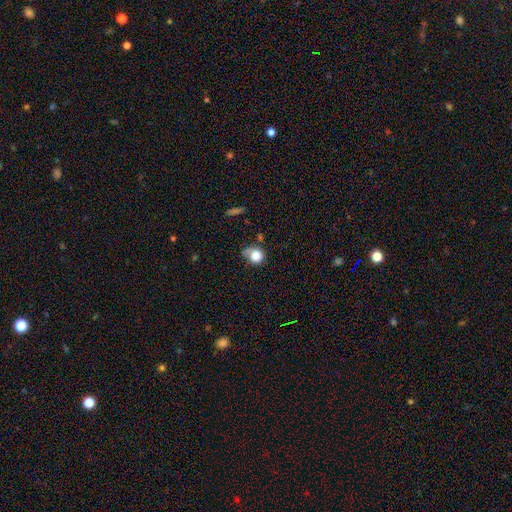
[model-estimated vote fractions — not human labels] A smooth galaxy with no disk features (80%) that is round (82%).

Vote fractions:
- Smooth or featured? smooth: 80% / featured or disk: 11% / star or artifact: 9%
- How rounded? round: 82% / in between: 17% / cigar-shaped: 1%
- Merging? none: 42% / minor disturbance: 30% / major disturbance: 19% / merger: 9%